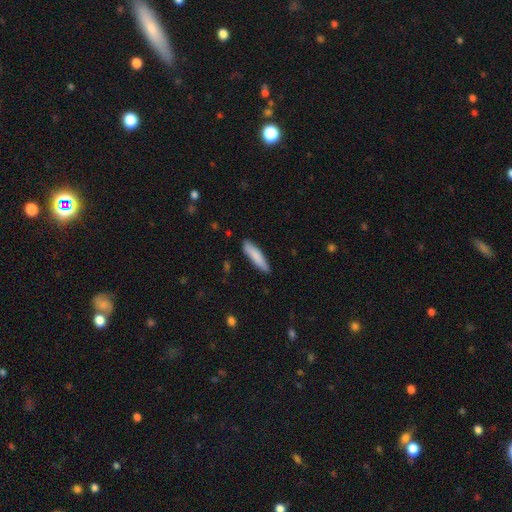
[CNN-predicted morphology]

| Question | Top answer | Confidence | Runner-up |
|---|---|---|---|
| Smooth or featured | smooth | 83% | featured or disk (11%) |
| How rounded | cigar-shaped | 79% | in between (19%) |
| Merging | none | 83% | minor disturbance (13%) |